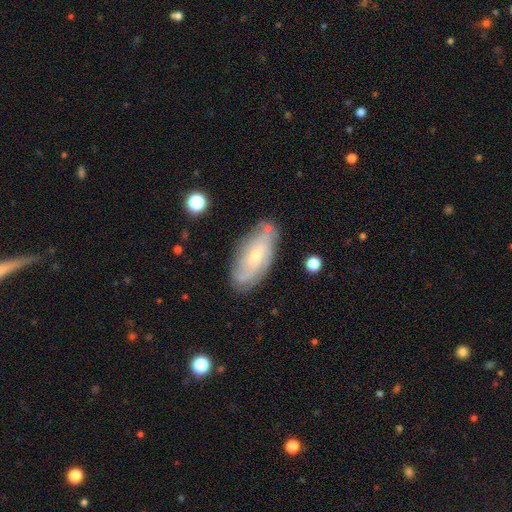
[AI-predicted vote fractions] Overall: featured or disk (68%). Edge-on disk: no (89%). Bar: no (68%). Spiral arms: yes (87%). Spiral arm count: can't tell (49%; 2 22%). Spiral winding: tight (53%; medium 33%). Bulge size: small (74%). Merging: none (76%).